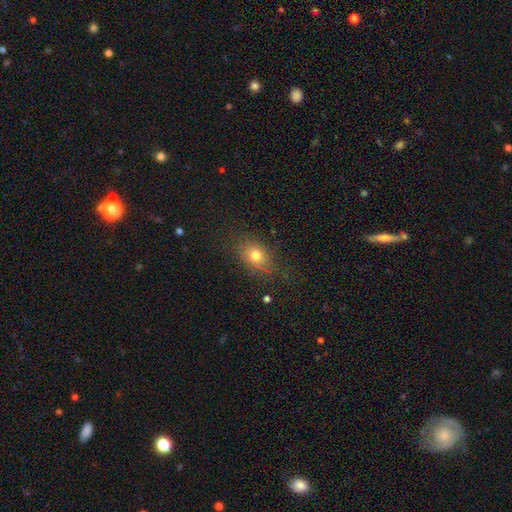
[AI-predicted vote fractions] A smooth galaxy with no disk features (75%) that is in between round and cigar-shaped (59%). Merging: none (79%).